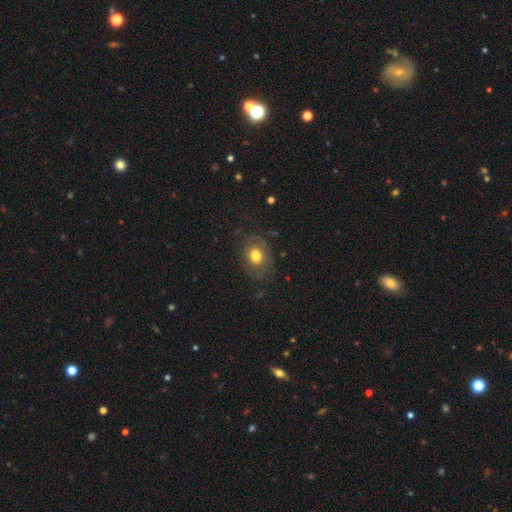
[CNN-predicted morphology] type=smooth (53%); roundness=in between (64%); merging=none (70%).